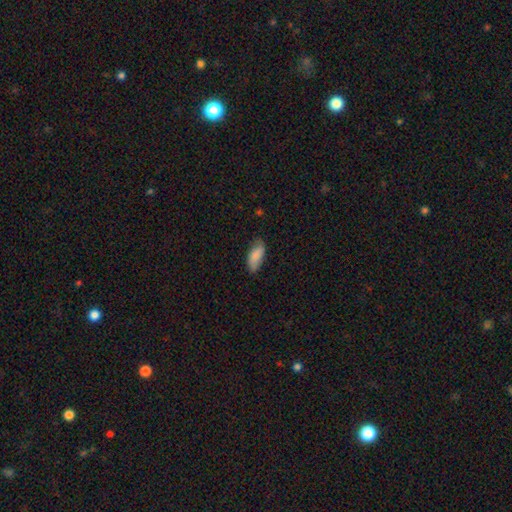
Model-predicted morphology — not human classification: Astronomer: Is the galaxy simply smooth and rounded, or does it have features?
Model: smooth — 84%.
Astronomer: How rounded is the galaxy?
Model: in between — 84%.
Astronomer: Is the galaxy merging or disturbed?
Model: none — 75%.